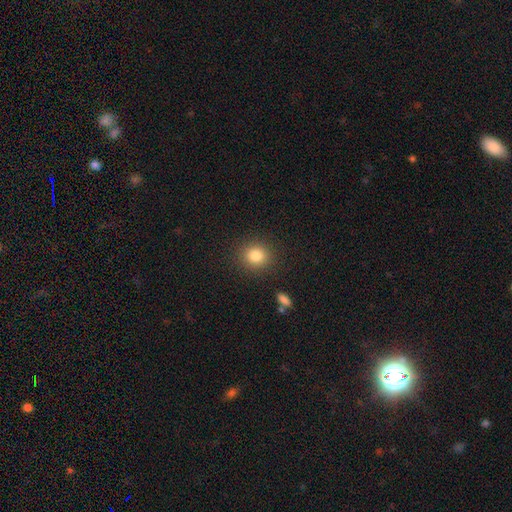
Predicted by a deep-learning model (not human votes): smooth 83%, star or artifact 11%, featured or disk 6%. Down the decision tree: how rounded — round (82%); merging — none (89%).